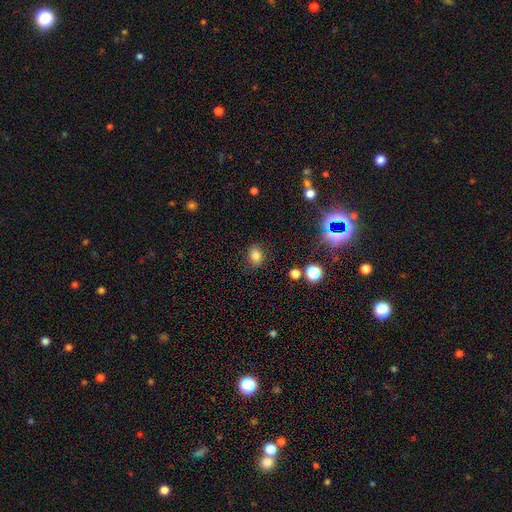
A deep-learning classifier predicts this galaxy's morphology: Smooth or featured: smooth — 79% (star or artifact — 14%)
How rounded: round — 52% (in between — 47%)
Merging: none — 84% (minor disturbance — 11%)